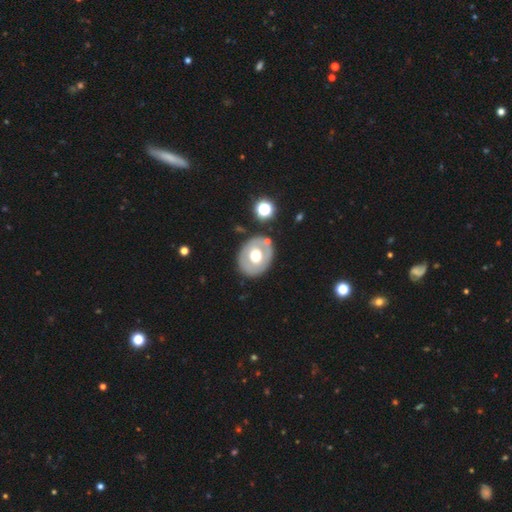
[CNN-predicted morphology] smooth-or-featured: smooth: 49% | featured or disk: 44% | star or artifact: 7%
  merging: none: 79% | minor disturbance: 11% | merger: 6% | major disturbance: 4%